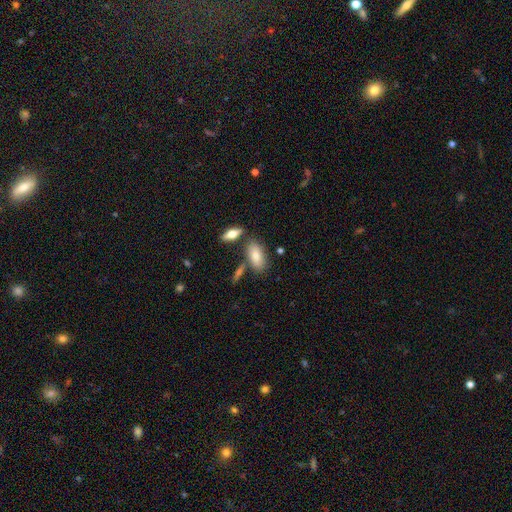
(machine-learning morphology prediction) smooth 77%, featured or disk 16%, star or artifact 7%. Down the decision tree: how rounded — in between (88%); merging — none (68%).